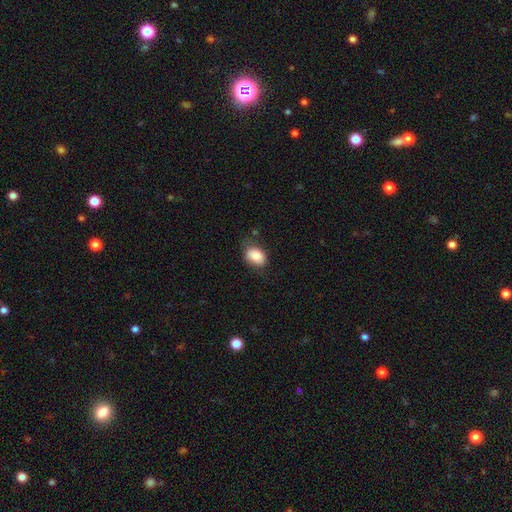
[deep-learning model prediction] Smooth or featured? smooth (83%)
How rounded? in between (83%)
Merging? none (69%)